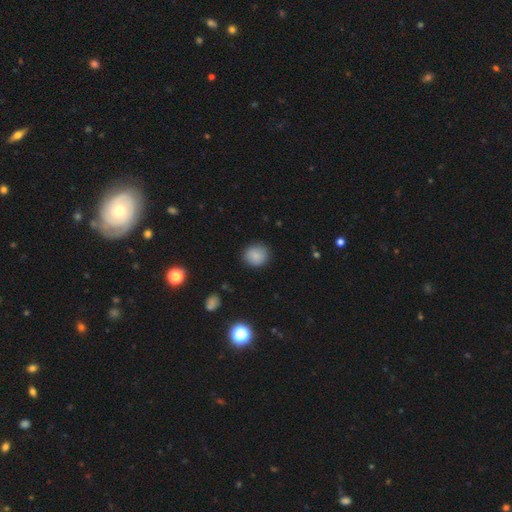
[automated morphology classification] A smooth galaxy with no disk features (85%) that is round (84%). Merging: none (87%).